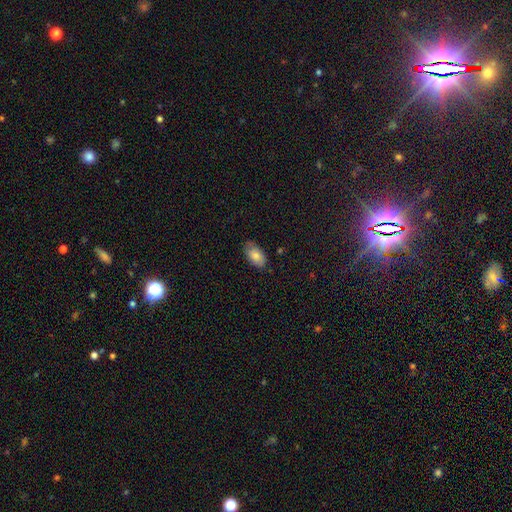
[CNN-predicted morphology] Smooth or featured: smooth — 81% (featured or disk — 12%)
How rounded: in between — 94% (round — 4%)
Merging: none — 75% (minor disturbance — 20%)